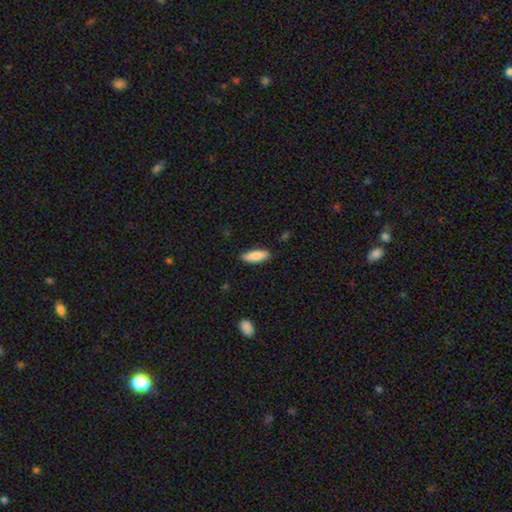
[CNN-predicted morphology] A smooth galaxy with no disk features (85%) that is in between round and cigar-shaped (62%).

Vote fractions:
- Smooth or featured? smooth: 85% / featured or disk: 9% / star or artifact: 6%
- How rounded? in between: 62% / cigar-shaped: 36% / round: 2%
- Merging? none: 87% / minor disturbance: 10% / major disturbance: 2% / merger: 1%